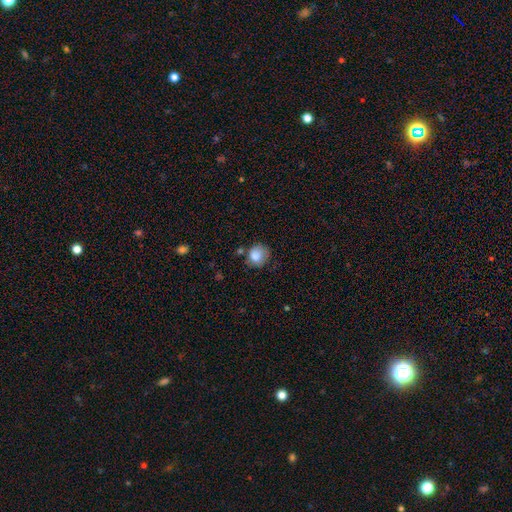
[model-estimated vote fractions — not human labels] The model was most divided on "merging": none: 57%, minor disturbance: 28%, major disturbance: 9%, merger: 6%. More confident: smooth or featured — smooth (82%); how rounded — round (76%).